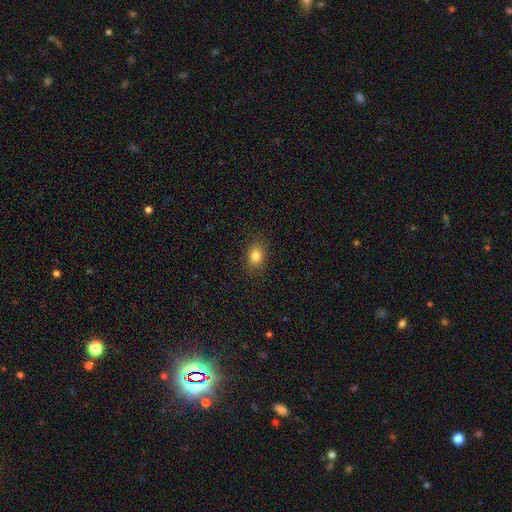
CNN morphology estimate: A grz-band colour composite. It shows a smooth galaxy with no disk features (82%) that is in between round and cigar-shaped (69%). Merging: none (87%).